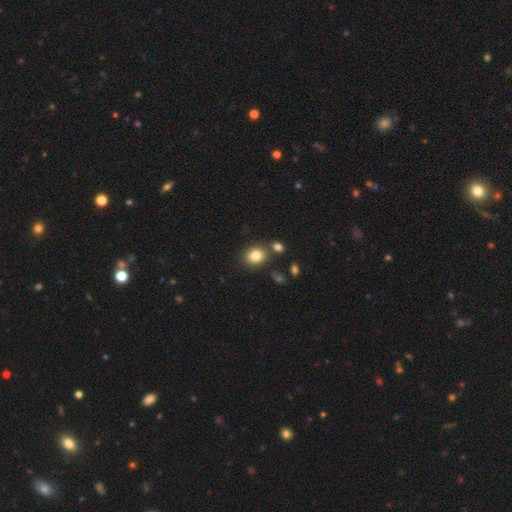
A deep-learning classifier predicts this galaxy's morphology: Q: Smooth or featured?
A: smooth (83%); runner-up: star or artifact (10%)
Q: How rounded?
A: round (59%); runner-up: in between (40%)
Q: Merging?
A: none (76%); runner-up: merger (11%)